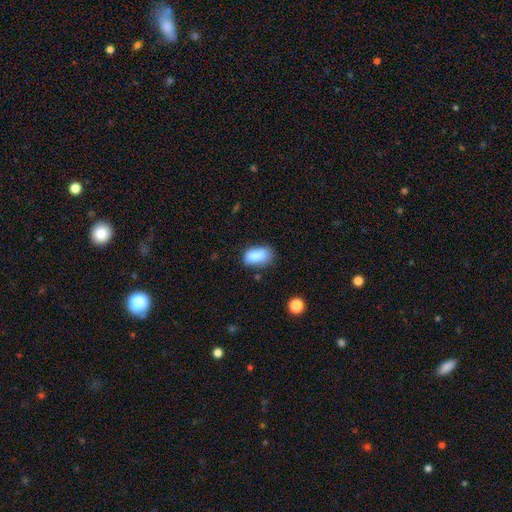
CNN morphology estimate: smooth 83%, star or artifact 9%, featured or disk 8%. Down the decision tree: how rounded — in between (89%); merging — none (53%).